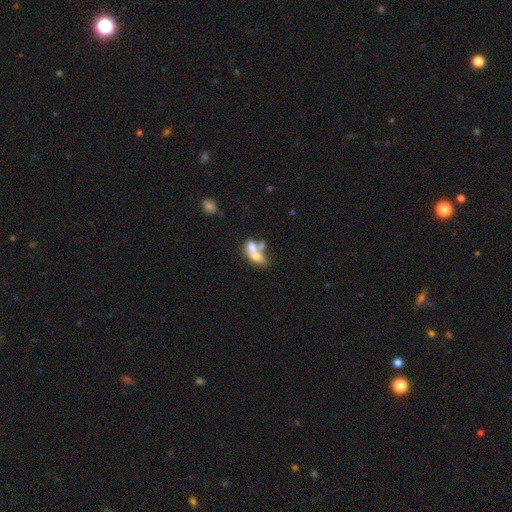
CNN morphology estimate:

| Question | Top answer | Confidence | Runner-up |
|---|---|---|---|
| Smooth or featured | smooth | 60% | featured or disk (30%) |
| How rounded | in between | 75% | round (19%) |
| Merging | merger | 67% | none (17%) |